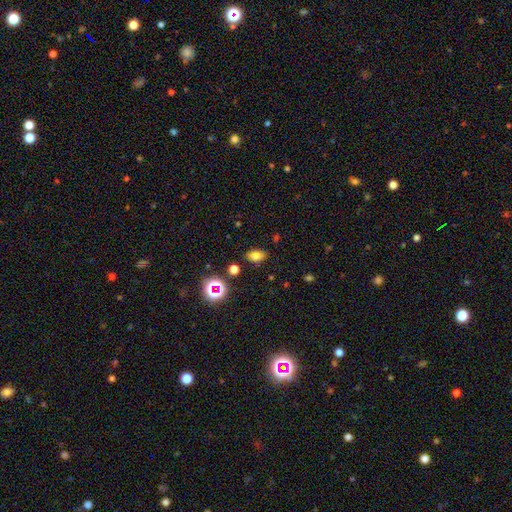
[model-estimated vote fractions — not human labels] A smooth galaxy with no disk features (65%) that is in between round and cigar-shaped (80%).

Vote fractions:
- Smooth or featured? smooth: 65% / star or artifact: 21% / featured or disk: 15%
- How rounded? in between: 80% / round: 16% / cigar-shaped: 4%
- Merging? none: 81% / minor disturbance: 13% / major disturbance: 3% / merger: 3%